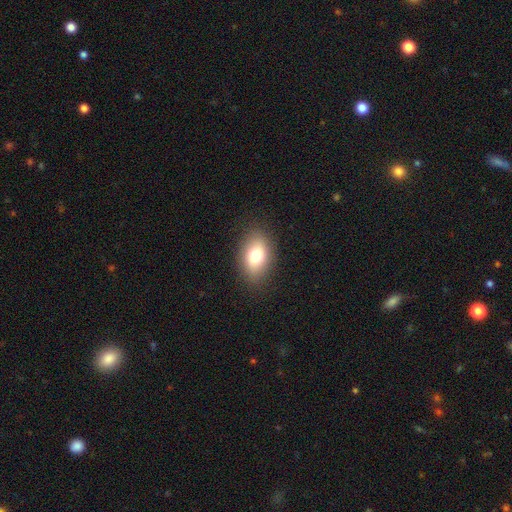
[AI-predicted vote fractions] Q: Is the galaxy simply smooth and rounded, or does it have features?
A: smooth — 77%.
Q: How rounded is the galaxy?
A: in between — 86%.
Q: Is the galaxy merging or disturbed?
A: none — 86%.